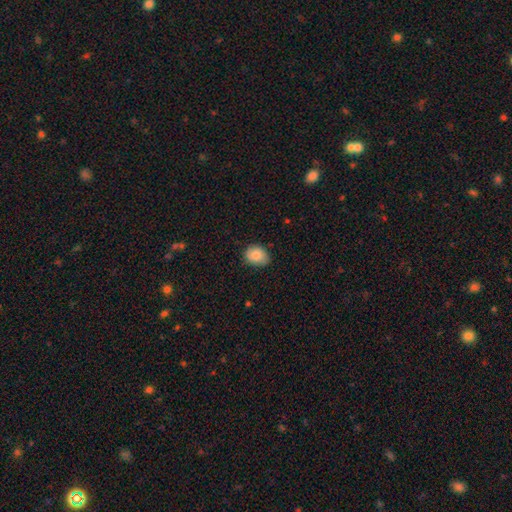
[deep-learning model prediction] smooth 86%, star or artifact 8%, featured or disk 6%. Down the decision tree: how rounded — in between (56%); merging — none (74%).